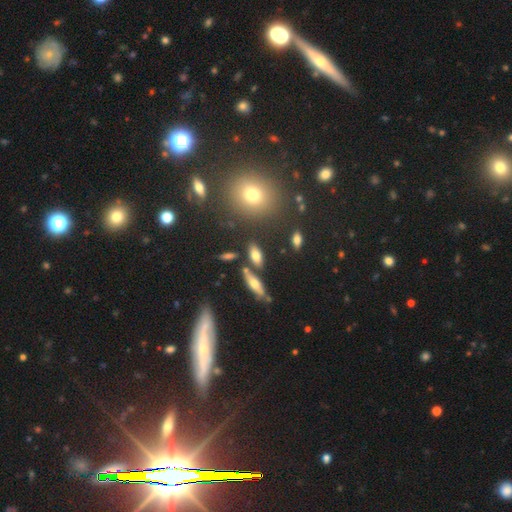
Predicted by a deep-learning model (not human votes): The model was most divided on "smooth or featured": smooth: 67%, featured or disk: 22%, star or artifact: 11%. More confident: how rounded — in between (76%); merging — none (72%).